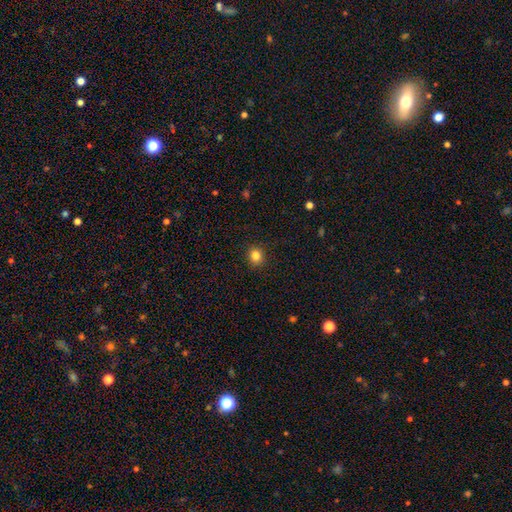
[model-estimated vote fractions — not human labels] Q: Smooth or featured?
A: smooth (83%); runner-up: star or artifact (12%)
Q: How rounded?
A: round (85%); runner-up: in between (14%)
Q: Merging?
A: none (91%); runner-up: minor disturbance (6%)